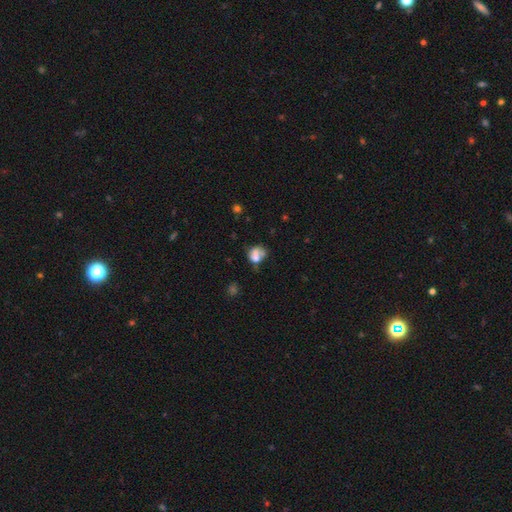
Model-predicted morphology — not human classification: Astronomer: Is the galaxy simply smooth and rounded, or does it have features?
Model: smooth — 62%.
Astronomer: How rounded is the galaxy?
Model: round — 51% (runner-up: in between, 47%).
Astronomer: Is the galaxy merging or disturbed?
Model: merger — 41% (runner-up: none, 28%).